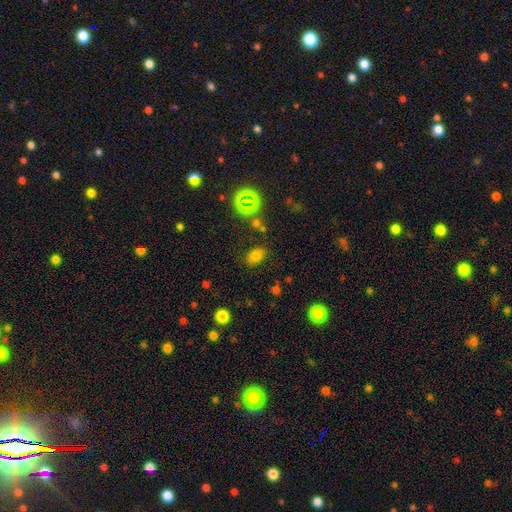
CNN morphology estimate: A smooth galaxy with no disk features (73%) that is in between round and cigar-shaped (80%).

Vote fractions:
- Smooth or featured? smooth: 73% / star or artifact: 19% / featured or disk: 8%
- How rounded? in between: 80% / round: 19% / cigar-shaped: 1%
- Merging? none: 79% / minor disturbance: 13% / major disturbance: 4% / merger: 4%